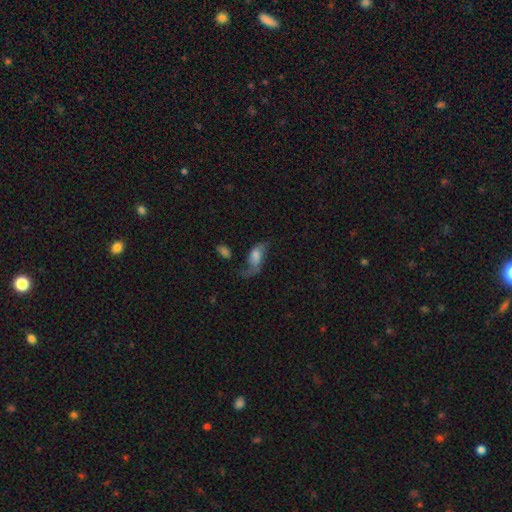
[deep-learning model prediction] This is possibly a featured or disk galaxy (53%). It is clearly not viewed edge-on (92%). Merging: marginally none (36%).